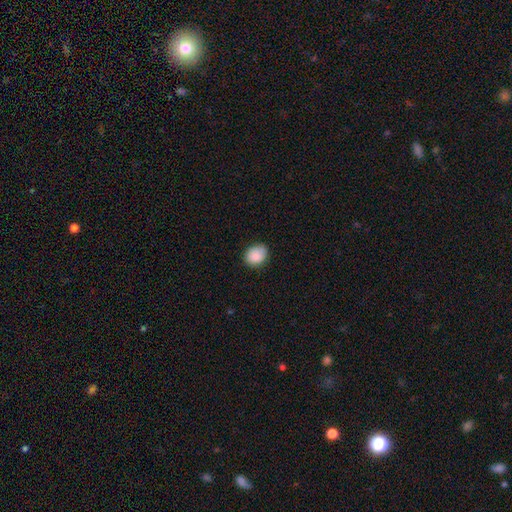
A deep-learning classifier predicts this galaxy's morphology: smooth 88%, star or artifact 8%, featured or disk 5%. Down the decision tree: how rounded — in between (51%); merging — none (78%).